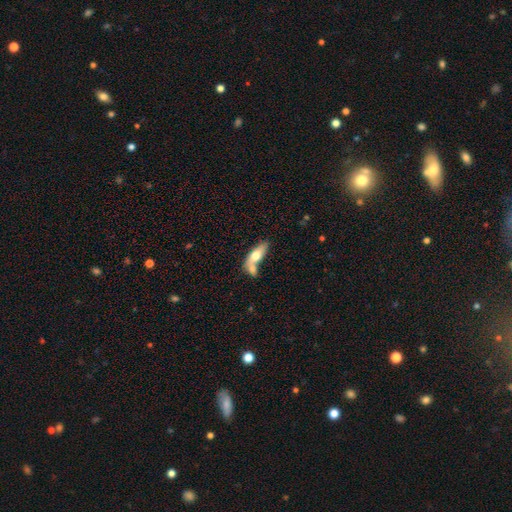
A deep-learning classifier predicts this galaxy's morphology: Smooth or featured?
  - smooth: 64% *
  - featured or disk: 30%
  - star or artifact: 6%
How rounded?
  - in between: 64% *
  - cigar-shaped: 33%
  - round: 3%
Merging?
  - merger: 48% *
  - none: 34%
  - minor disturbance: 12%
  - major disturbance: 6%